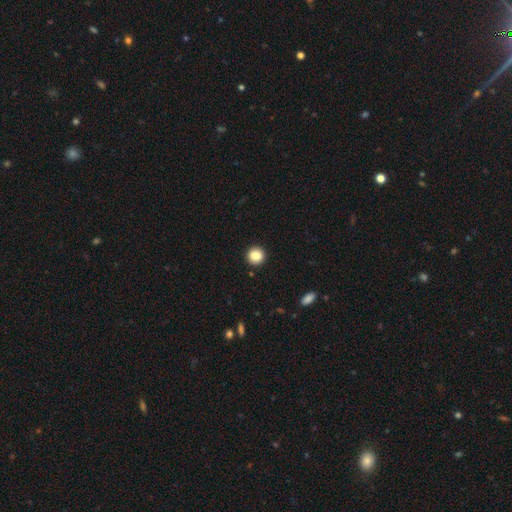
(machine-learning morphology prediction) A smooth galaxy with no disk features (86%) that is round (91%).

Vote fractions:
- Smooth or featured? smooth: 86% / star or artifact: 9% / featured or disk: 4%
- How rounded? round: 91% / in between: 8% / cigar-shaped: 1%
- Merging? none: 92% / minor disturbance: 5% / major disturbance: 2% / merger: 1%